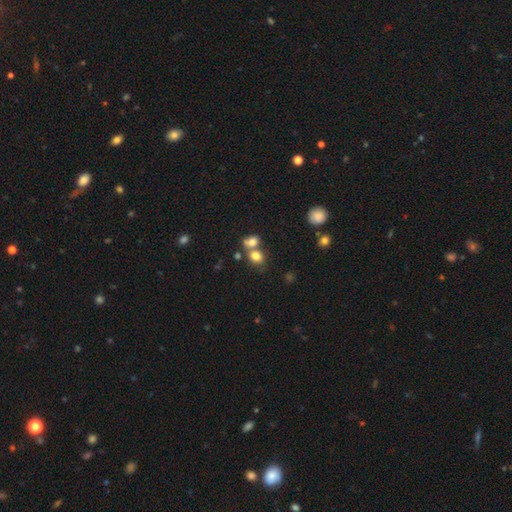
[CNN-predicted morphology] Q: Smooth or featured?
A: smooth (78%); runner-up: star or artifact (12%)
Q: How rounded?
A: round (52%); runner-up: in between (47%)
Q: Merging?
A: merger (47%); runner-up: none (40%)